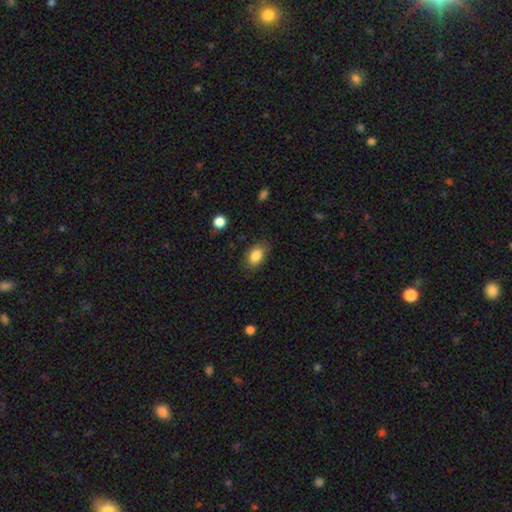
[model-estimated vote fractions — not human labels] Q: Smooth or featured?
A: smooth (85%); runner-up: star or artifact (8%)
Q: How rounded?
A: in between (87%); runner-up: round (11%)
Q: Merging?
A: none (80%); runner-up: minor disturbance (14%)